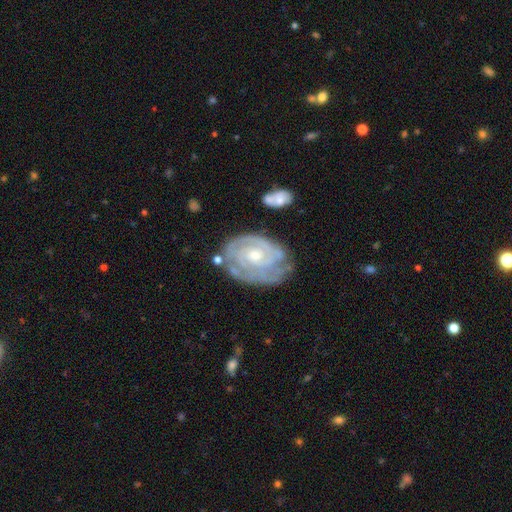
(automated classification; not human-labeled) Overall: featured or disk (86%). Edge-on disk: no (97%). Bar: no (73%). Spiral arms: yes (93%). Spiral arm count: can't tell (37%; 2 25%). Spiral winding: tight (76%). Bulge size: small (57%; moderate 40%). Merging: none (66%).